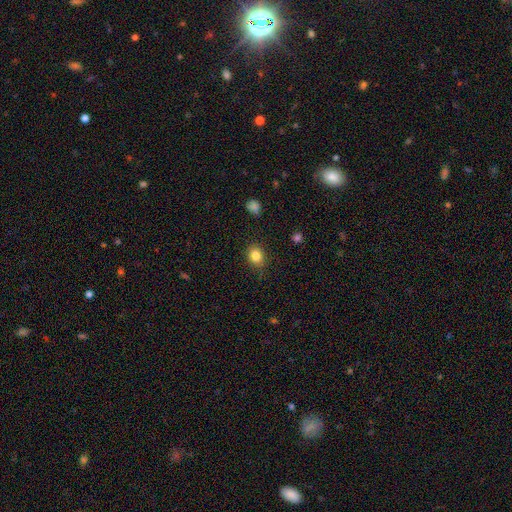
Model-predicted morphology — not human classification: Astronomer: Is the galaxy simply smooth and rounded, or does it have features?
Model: smooth — 83%.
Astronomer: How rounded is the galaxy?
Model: round — 58% (runner-up: in between, 41%).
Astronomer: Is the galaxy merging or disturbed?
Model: none — 84%.